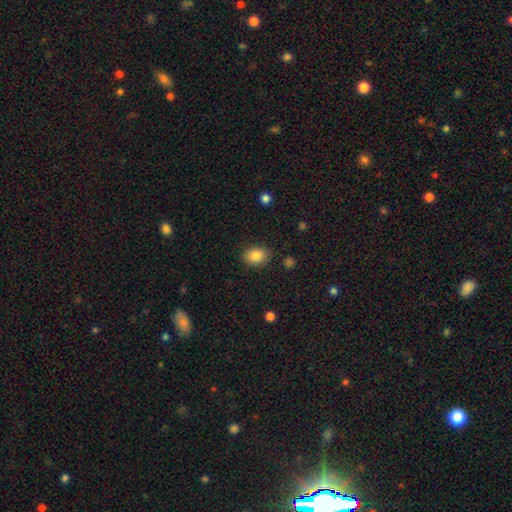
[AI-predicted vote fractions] The model was most divided on "how rounded": in between: 64%, round: 35%, cigar-shaped: 1%. More confident: smooth or featured — smooth (85%); merging — none (85%).